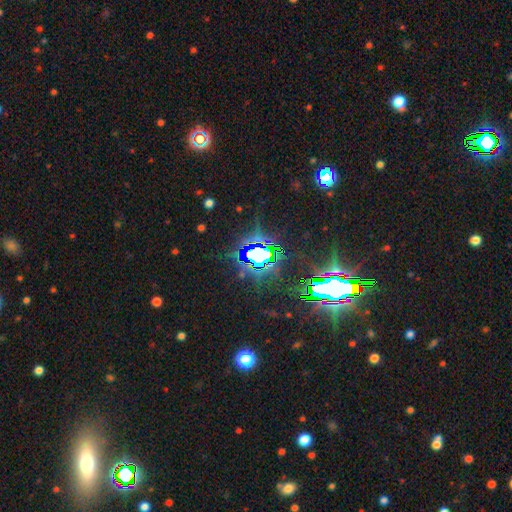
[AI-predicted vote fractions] Smooth or featured?
  - star or artifact: 79% *
  - featured or disk: 11%
  - smooth: 11%